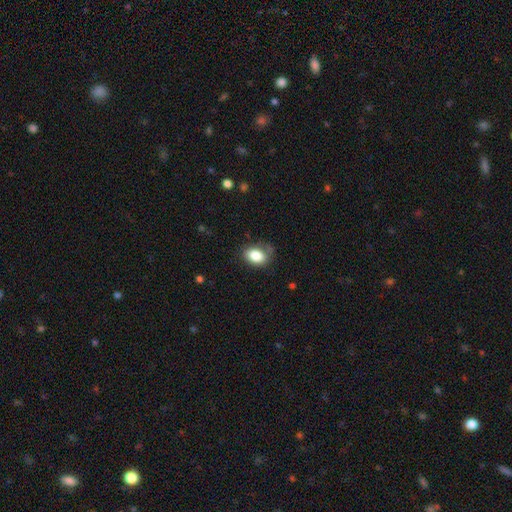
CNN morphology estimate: Smooth or featured?
  - smooth: 83% *
  - star or artifact: 8%
  - featured or disk: 8%
How rounded?
  - in between: 81% *
  - round: 18%
  - cigar-shaped: 1%
Merging?
  - none: 67% *
  - minor disturbance: 23%
  - major disturbance: 8%
  - merger: 3%